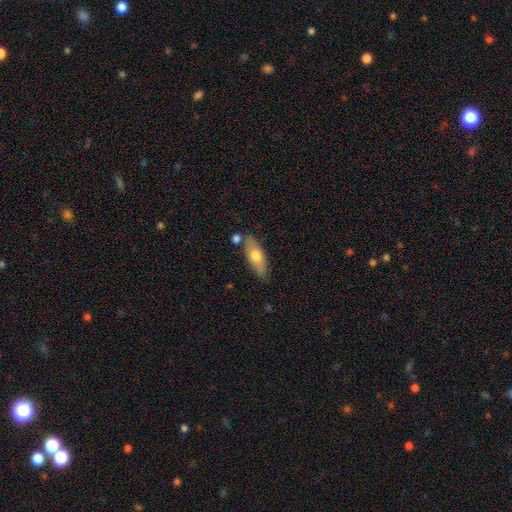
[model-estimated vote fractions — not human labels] Smooth or featured: smooth — 64% (featured or disk — 31%)
How rounded: in between — 69% (cigar-shaped — 28%)
Merging: none — 76% (minor disturbance — 13%)